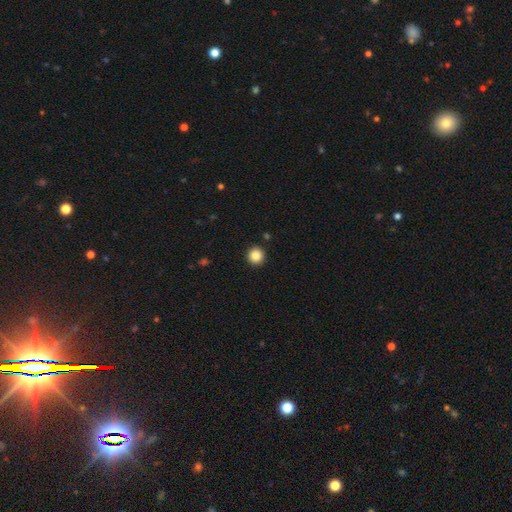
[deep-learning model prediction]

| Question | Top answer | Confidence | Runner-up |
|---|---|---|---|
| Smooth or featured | smooth | 86% | star or artifact (10%) |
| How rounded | round | 94% | in between (5%) |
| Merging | none | 93% | minor disturbance (5%) |